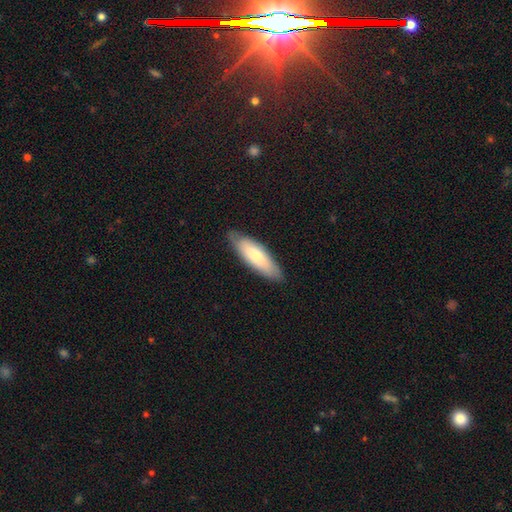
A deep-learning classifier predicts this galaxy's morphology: type=smooth (73%); roundness=in between (53%); merging=none (82%).